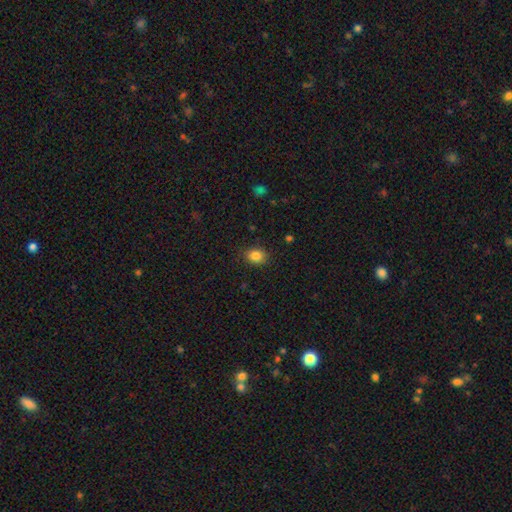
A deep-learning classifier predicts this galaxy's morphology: smooth_or_featured: smooth (p=0.85) [alt: star or artifact p=0.10]
how_rounded: round (p=0.52) [alt: in between p=0.47]
merging: none (p=0.87) [alt: minor disturbance p=0.09]